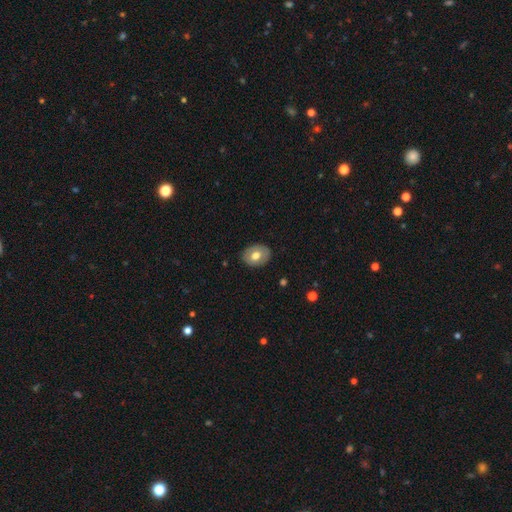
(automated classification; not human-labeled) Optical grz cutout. It shows a smooth galaxy with no disk features (64%) that is in between round and cigar-shaped (62%). Merging: none (86%).